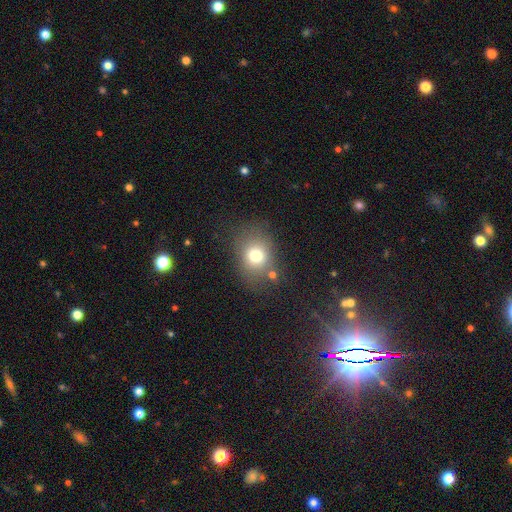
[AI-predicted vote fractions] A smooth galaxy with no disk features (74%) that is round (51%). Merging: none (67%).